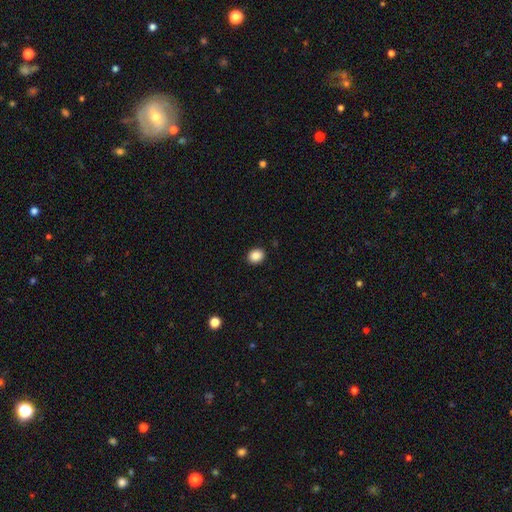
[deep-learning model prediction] smooth_or_featured: smooth (p=0.87) [alt: star or artifact p=0.09]
how_rounded: round (p=0.65) [alt: in between p=0.34]
merging: none (p=0.91) [alt: minor disturbance p=0.06]